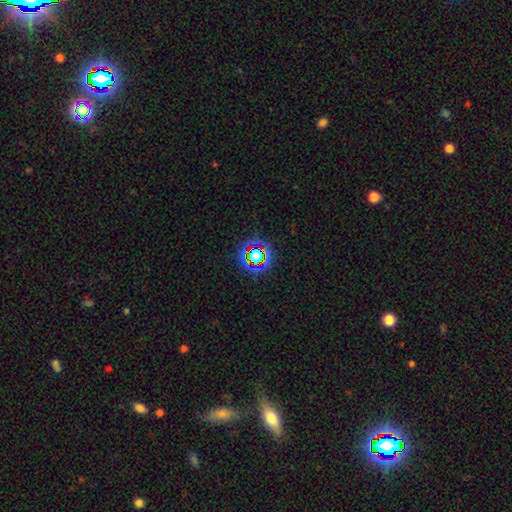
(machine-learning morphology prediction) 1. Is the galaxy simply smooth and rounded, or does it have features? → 63% star or artifact, 24% smooth, 12% featured or disk.